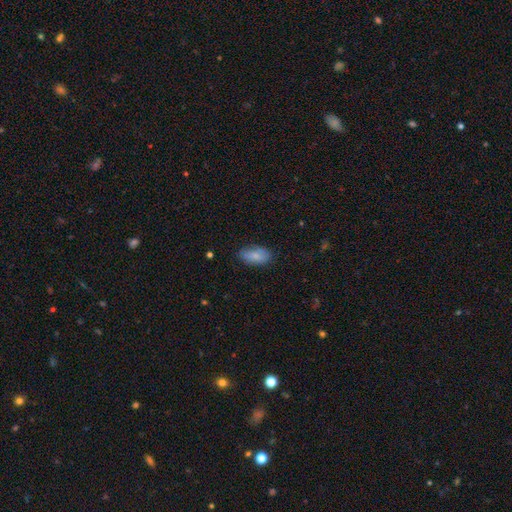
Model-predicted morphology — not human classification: smooth 82%, featured or disk 12%, star or artifact 6%. Down the decision tree: how rounded — in between (92%); merging — none (78%).